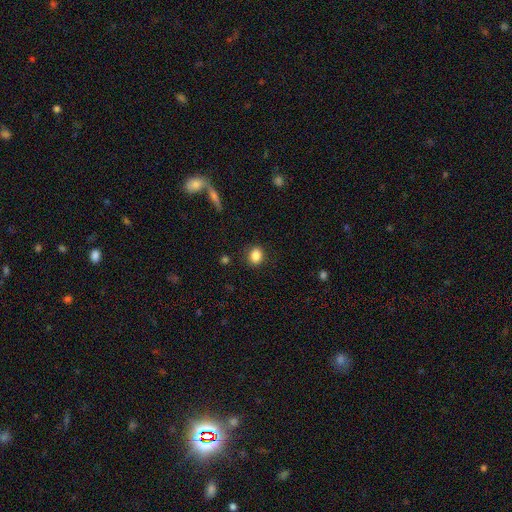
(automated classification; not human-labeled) smooth_or_featured: smooth (p=0.86) [alt: star or artifact p=0.10]
how_rounded: round (p=0.57) [alt: in between p=0.42]
merging: none (p=0.88) [alt: minor disturbance p=0.08]